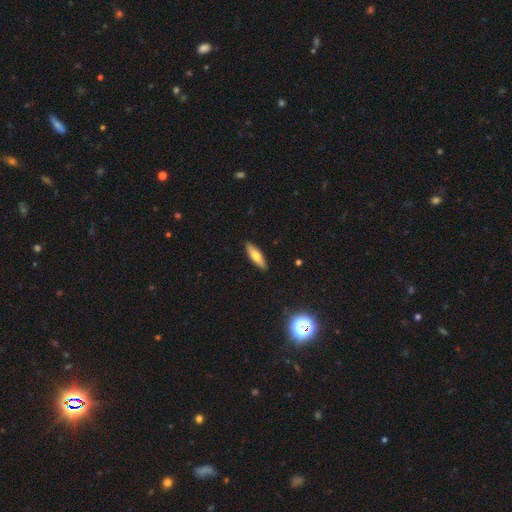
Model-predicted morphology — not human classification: Q: Smooth or featured?
A: smooth (64%); runner-up: featured or disk (29%)
Q: How rounded?
A: cigar-shaped (62%); runner-up: in between (35%)
Q: Merging?
A: none (90%); runner-up: minor disturbance (7%)